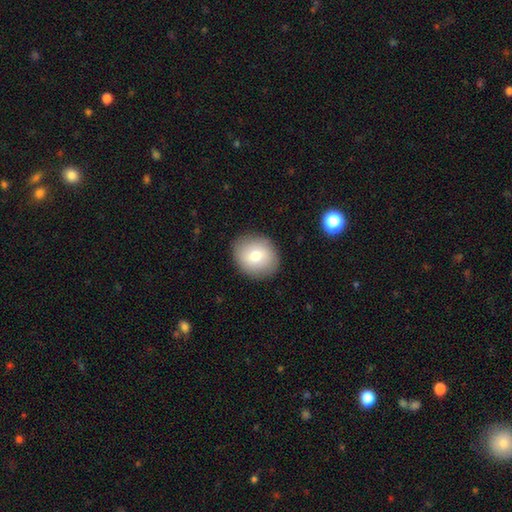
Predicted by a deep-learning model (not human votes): Smooth or featured?
  - smooth: 77% *
  - featured or disk: 15%
  - star or artifact: 8%
How rounded?
  - round: 69% *
  - in between: 30%
  - cigar-shaped: 1%
Merging?
  - none: 88% *
  - minor disturbance: 8%
  - major disturbance: 3%
  - merger: 1%